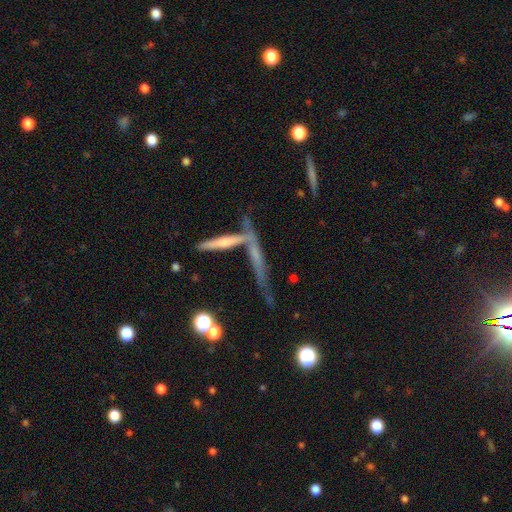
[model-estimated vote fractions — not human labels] Smooth or featured?
  - featured or disk: 55% *
  - smooth: 32%
  - star or artifact: 14%
Edge-on disk?
  - yes: 81% *
  - no: 19%
Merging?
  - none: 42% *
  - merger: 38%
  - minor disturbance: 13%
  - major disturbance: 8%